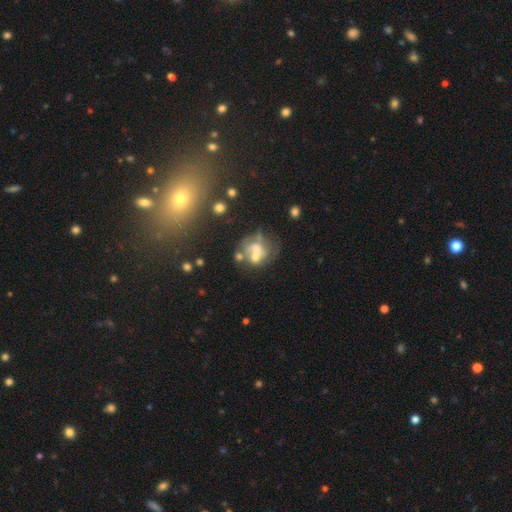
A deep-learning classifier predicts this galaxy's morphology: smooth_or_featured: featured or disk (p=0.50) [alt: smooth p=0.34]
disk_edge_on: no (p=0.97) [alt: yes p=0.03]
merging: merger (p=0.33) [alt: none p=0.30]